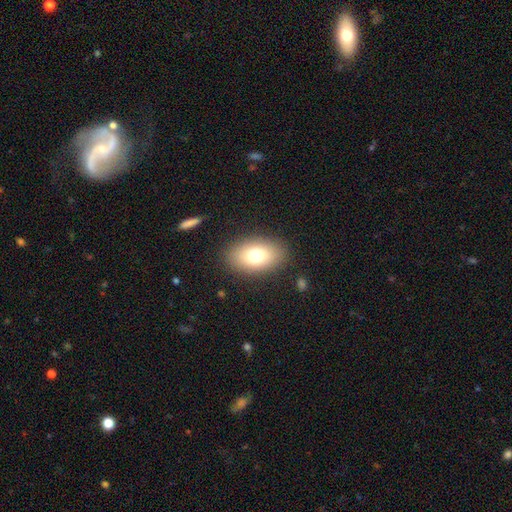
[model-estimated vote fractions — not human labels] Q: Smooth or featured?
A: smooth (74%); runner-up: featured or disk (16%)
Q: How rounded?
A: in between (86%); runner-up: round (12%)
Q: Merging?
A: none (85%); runner-up: minor disturbance (9%)